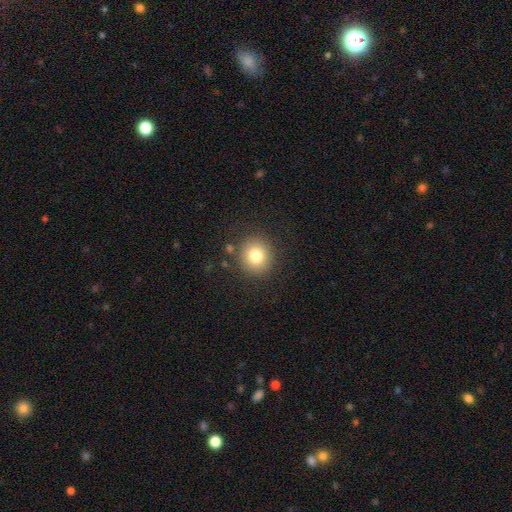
smooth 83%, featured or disk 11%, star or artifact 6%. Down the decision tree: how rounded — round (93%); merging — none (91%).